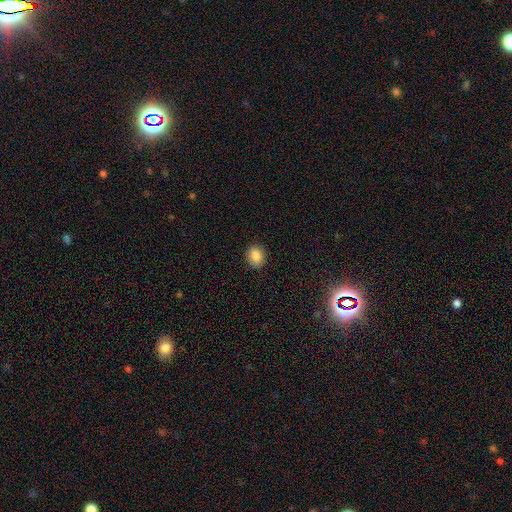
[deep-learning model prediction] The model was most divided on "how rounded": in between: 52%, round: 47%, cigar-shaped: 1%. More confident: merging — none (89%); smooth or featured — smooth (86%).